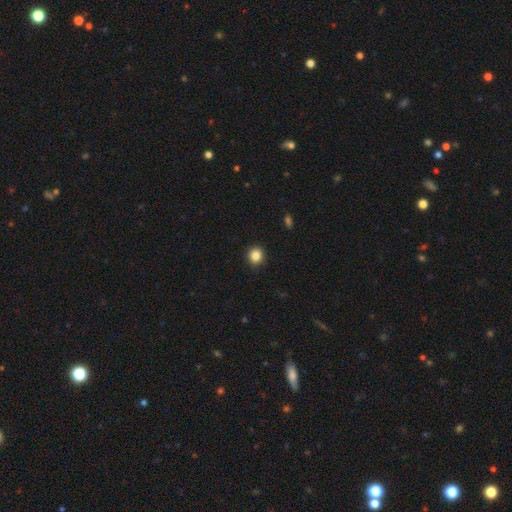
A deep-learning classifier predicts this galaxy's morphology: Smooth or featured: smooth — 85% (star or artifact — 10%)
How rounded: round — 83% (in between — 16%)
Merging: none — 90% (minor disturbance — 7%)